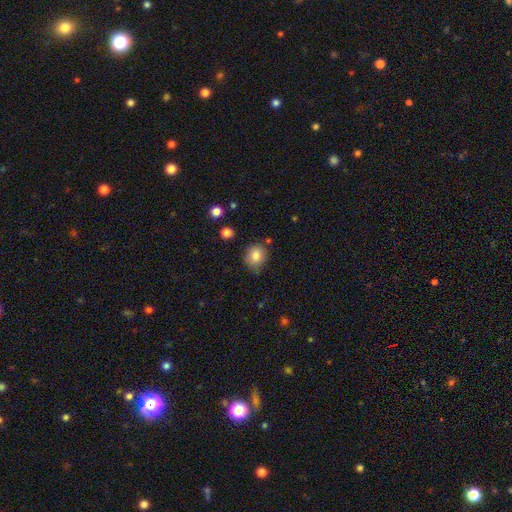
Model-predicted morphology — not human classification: This appears to be a smooth galaxy with no disk features (82%) that is round (69%). Merging: none (78%).